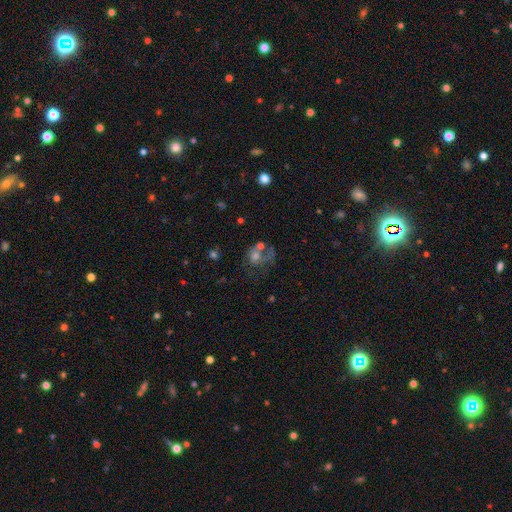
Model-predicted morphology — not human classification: Overall: smooth (43%; featured or disk 38%). Merging: merger (32%; major disturbance 28%).